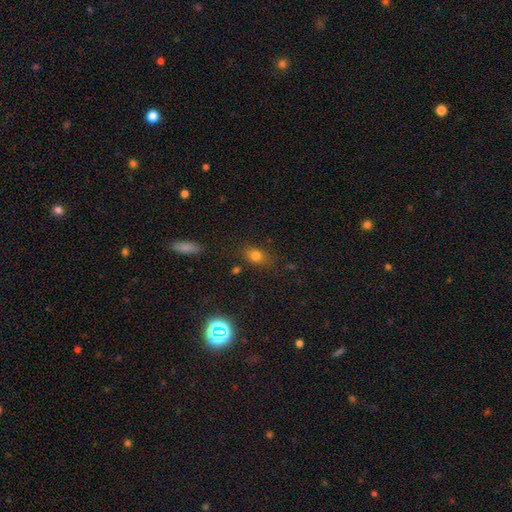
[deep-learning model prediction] smooth_or_featured: smooth (p=0.75) [alt: star or artifact p=0.16]
how_rounded: in between (p=0.66) [alt: round p=0.30]
merging: none (p=0.76) [alt: minor disturbance p=0.16]